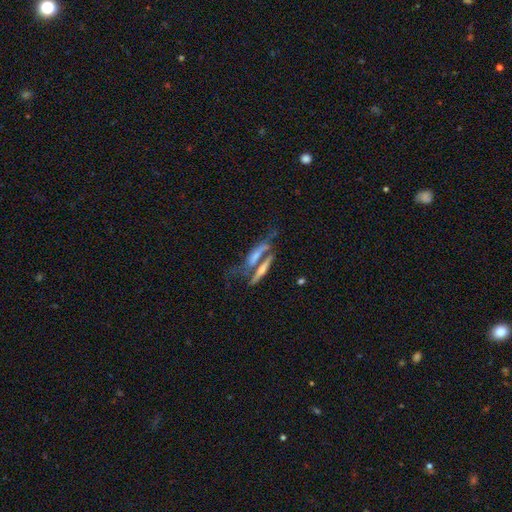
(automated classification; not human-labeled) smooth-or-featured: featured or disk: 52% | smooth: 39% | star or artifact: 9%
  disk-edge-on: yes: 67% | no: 33%
  merging: merger: 45% | none: 34% | minor disturbance: 12% | major disturbance: 9%